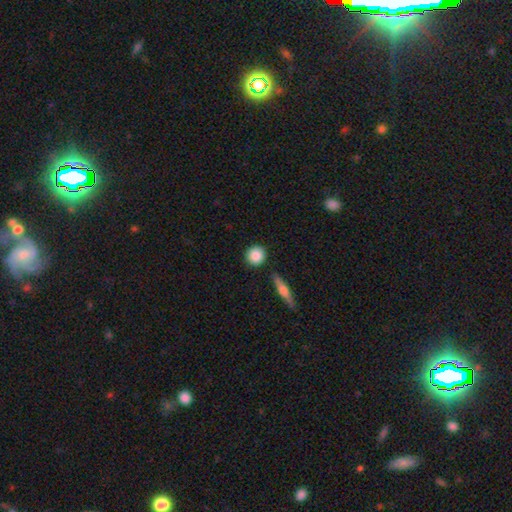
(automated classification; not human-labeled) Smooth or featured? smooth (86%)
How rounded? round (91%)
Merging? none (87%)